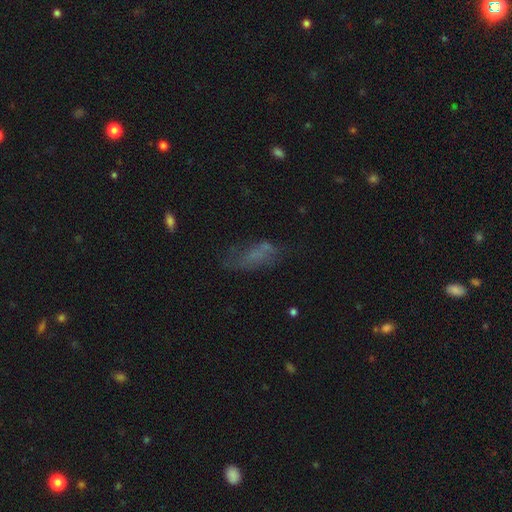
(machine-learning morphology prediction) A smooth galaxy with no disk features (51%) that is in between round and cigar-shaped (68%).

Vote fractions:
- Smooth or featured? smooth: 51% / featured or disk: 32% / star or artifact: 17%
- How rounded? in between: 68% / cigar-shaped: 28% / round: 4%
- Merging? none: 45% / minor disturbance: 25% / major disturbance: 24% / merger: 6%